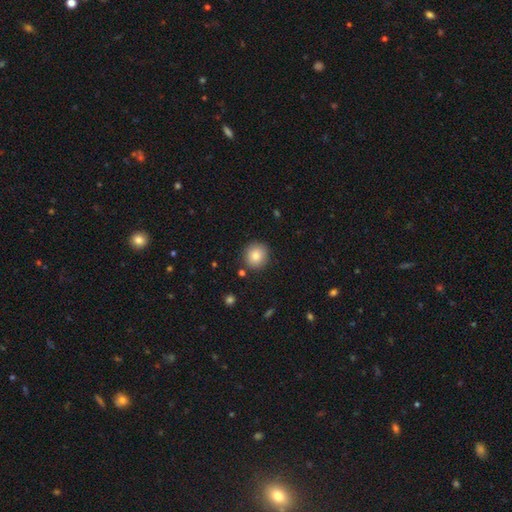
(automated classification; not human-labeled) Q: Smooth or featured?
A: smooth (83%); runner-up: star or artifact (9%)
Q: How rounded?
A: round (89%); runner-up: in between (10%)
Q: Merging?
A: none (88%); runner-up: minor disturbance (8%)